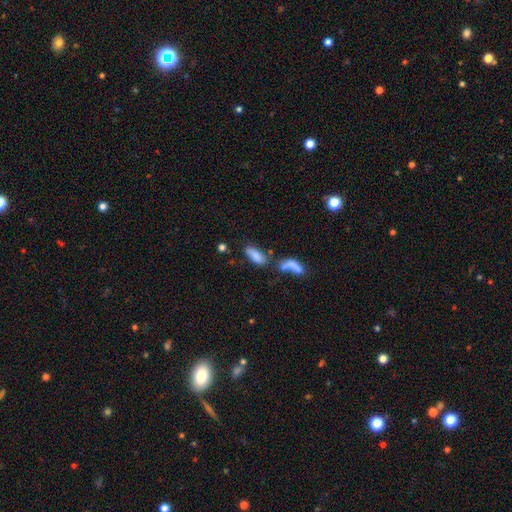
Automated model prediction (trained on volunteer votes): This appears to be a smooth galaxy with no disk features (80%) that is in between round and cigar-shaped (75%). Merging: none (42%).